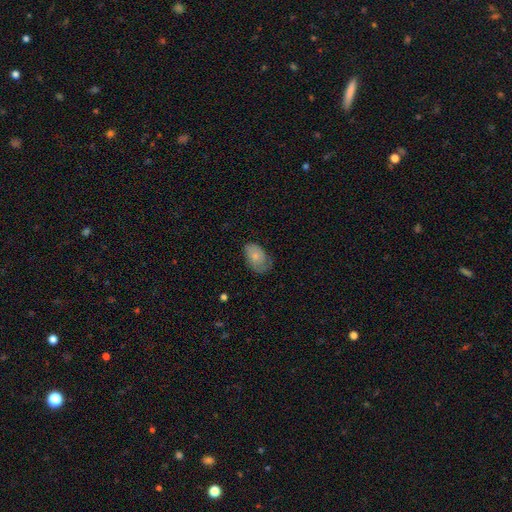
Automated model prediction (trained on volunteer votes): smooth_or_featured: smooth (p=0.68) [alt: featured or disk p=0.25]
how_rounded: in between (p=0.89) [alt: round p=0.10]
merging: none (p=0.54) [alt: minor disturbance p=0.33]